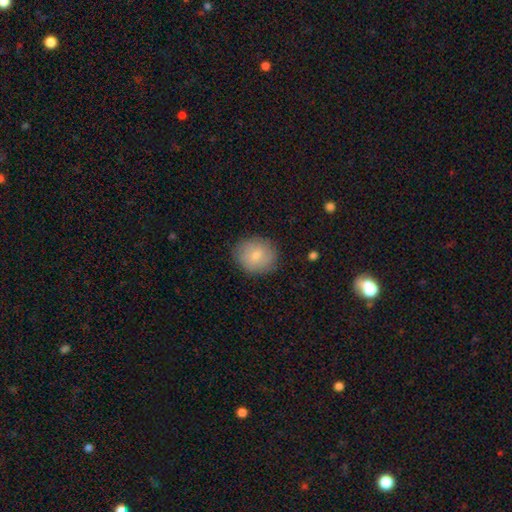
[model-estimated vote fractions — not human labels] smooth 75%, featured or disk 18%, star or artifact 7%. Down the decision tree: how rounded — round (74%); merging — none (83%).